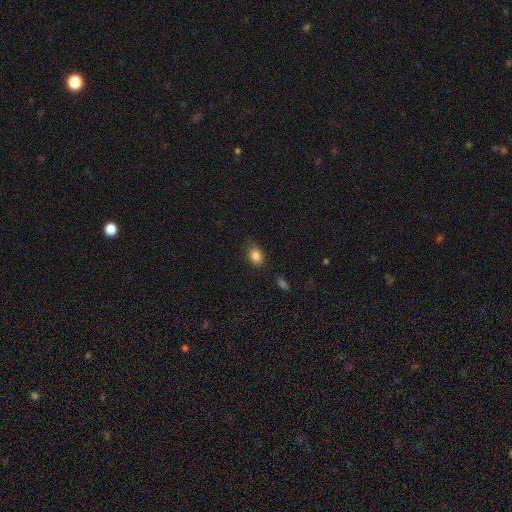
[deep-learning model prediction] Q: Smooth or featured?
A: smooth (85%); runner-up: star or artifact (9%)
Q: How rounded?
A: in between (77%); runner-up: round (22%)
Q: Merging?
A: none (78%); runner-up: minor disturbance (17%)